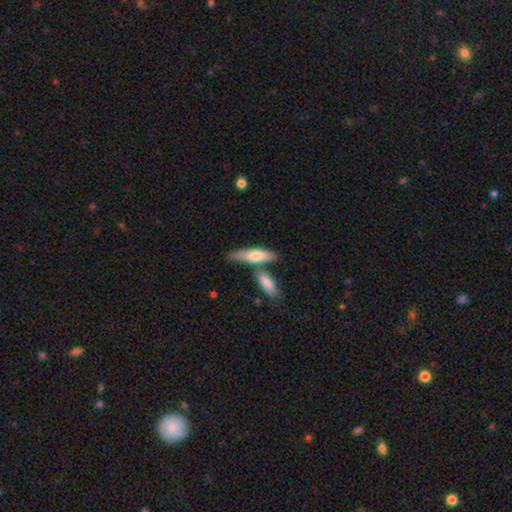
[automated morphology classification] Q: Smooth or featured?
A: smooth (67%); runner-up: featured or disk (28%)
Q: How rounded?
A: cigar-shaped (60%); runner-up: in between (38%)
Q: Merging?
A: none (57%); runner-up: merger (26%)